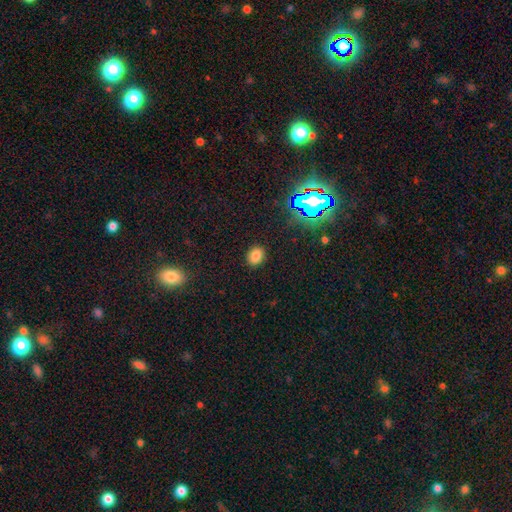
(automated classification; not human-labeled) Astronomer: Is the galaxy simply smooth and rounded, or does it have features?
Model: smooth — 79%.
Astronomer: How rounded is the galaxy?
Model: in between — 53% (runner-up: round, 46%).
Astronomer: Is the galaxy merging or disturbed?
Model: none — 89%.